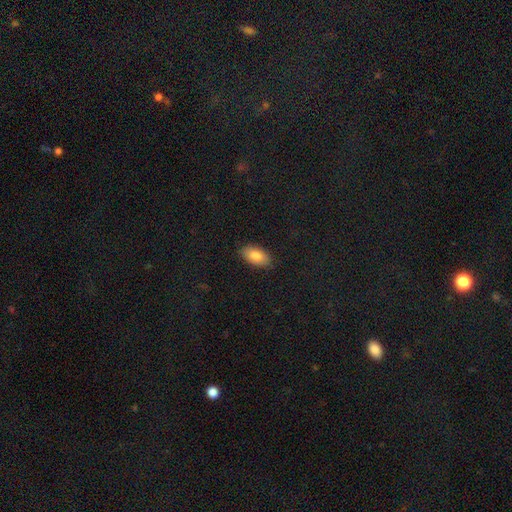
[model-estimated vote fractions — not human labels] Smooth or featured? smooth (84%)
How rounded? in between (93%)
Merging? none (86%)